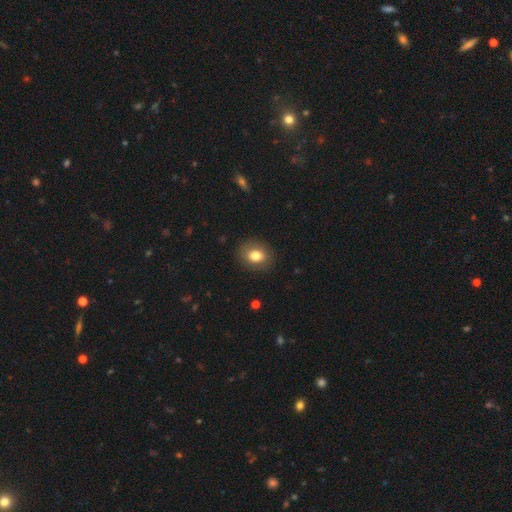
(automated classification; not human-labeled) Morphology: type=smooth (80%); roundness=round (50%); merging=none (87%).